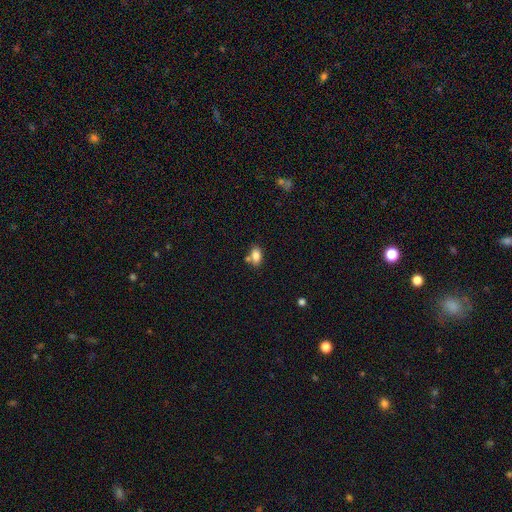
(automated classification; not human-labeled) smooth_or_featured: smooth (p=0.83) [alt: star or artifact p=0.09]
how_rounded: in between (p=0.88) [alt: round p=0.10]
merging: none (p=0.62) [alt: merger p=0.21]